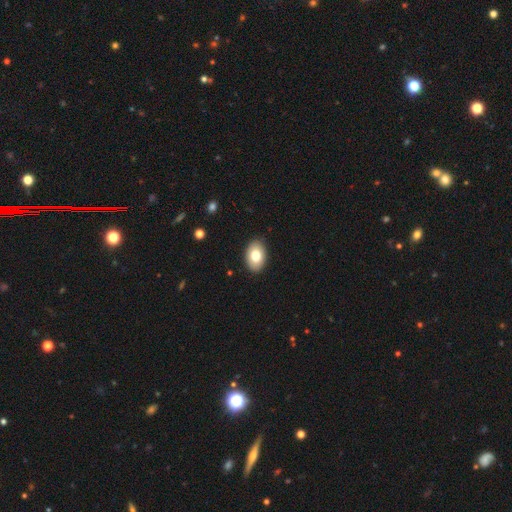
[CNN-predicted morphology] This is likely a smooth galaxy (79%). How rounded: clearly in between (87%). Merging: clearly none (89%).